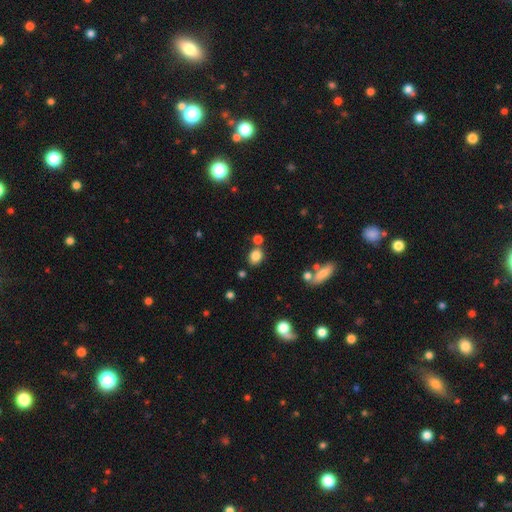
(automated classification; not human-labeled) Smooth or featured? smooth (82%)
How rounded? round (50%)
Merging? none (71%)